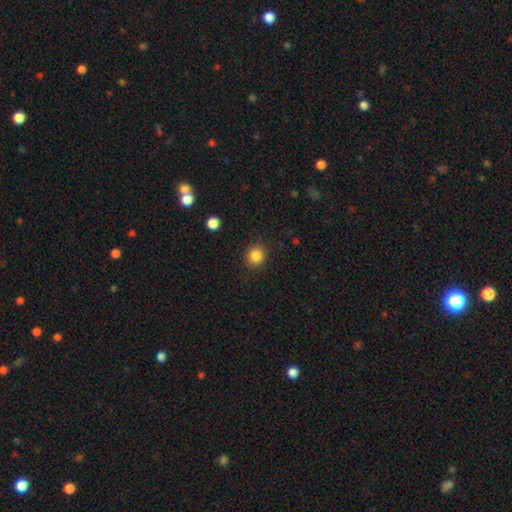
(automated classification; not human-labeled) Smooth or featured? Predicted: smooth (p=0.86). How rounded? Predicted: round (p=0.81). Merging? Predicted: none (p=0.88).